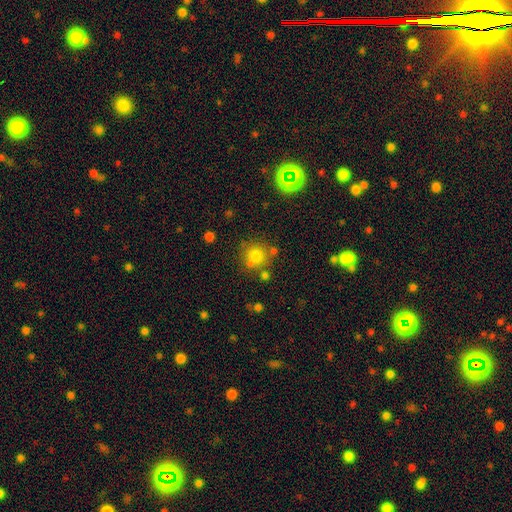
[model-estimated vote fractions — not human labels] Smooth or featured? smooth (76%)
How rounded? round (90%)
Merging? none (72%)